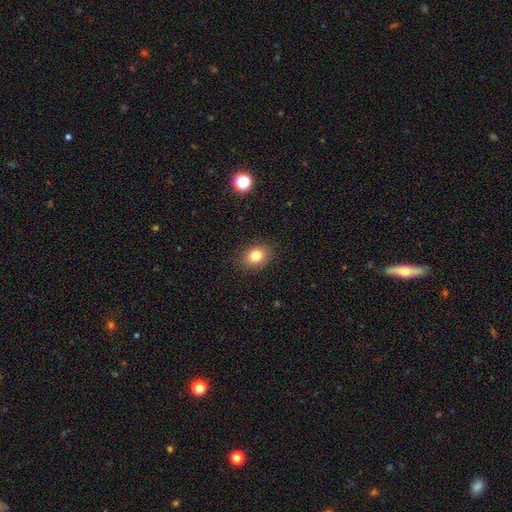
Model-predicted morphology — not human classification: Smooth or featured? smooth (81%)
How rounded? in between (51%)
Merging? none (87%)